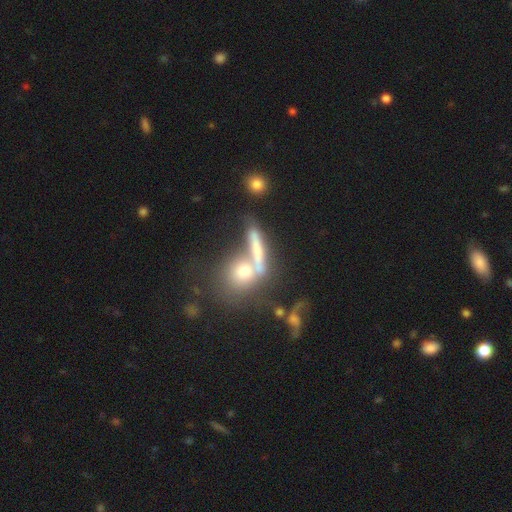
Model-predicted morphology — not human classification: Smooth or featured: smooth — 50% (featured or disk — 37%)
Merging: none — 48% (merger — 32%)